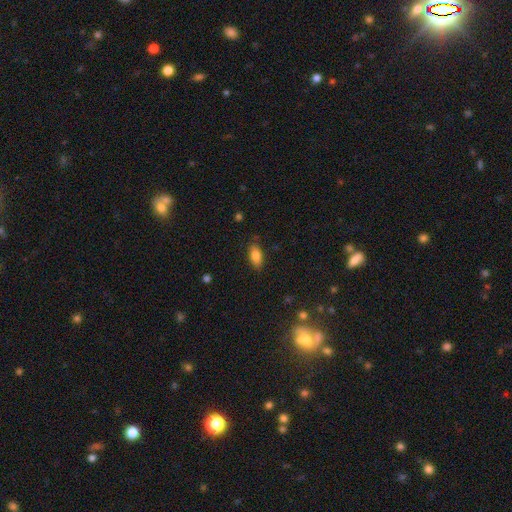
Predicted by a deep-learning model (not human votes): Smooth or featured: smooth — 82% (featured or disk — 10%)
How rounded: in between — 86% (cigar-shaped — 10%)
Merging: none — 84% (minor disturbance — 12%)